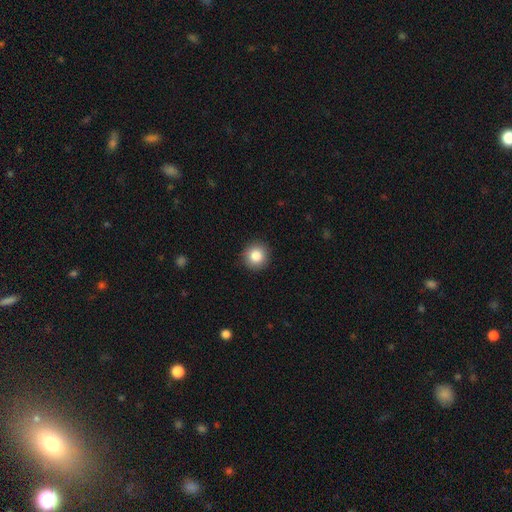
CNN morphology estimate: smooth 85%, star or artifact 9%, featured or disk 6%. Down the decision tree: how rounded — round (94%); merging — none (92%).